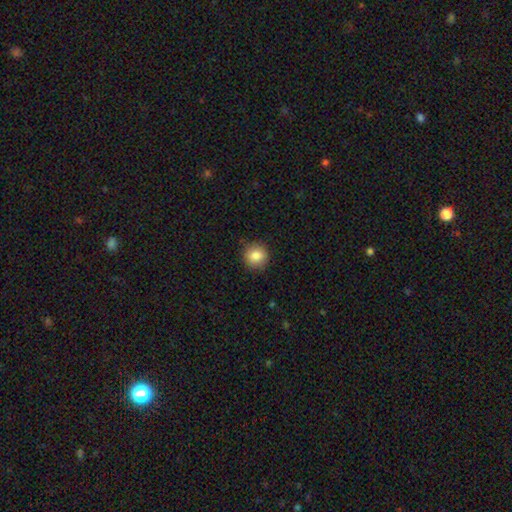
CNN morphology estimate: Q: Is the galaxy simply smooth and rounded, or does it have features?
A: smooth — 85%.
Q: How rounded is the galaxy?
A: round — 92%.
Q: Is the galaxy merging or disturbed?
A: none — 89%.